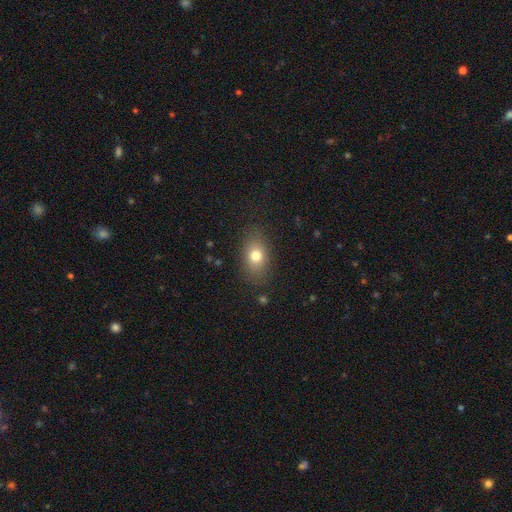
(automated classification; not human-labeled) This appears to be a smooth galaxy with no disk features (76%) that is in between round and cigar-shaped (76%). Merging: none (83%).